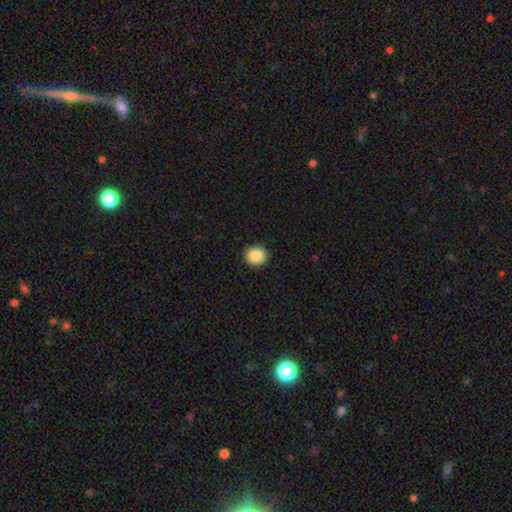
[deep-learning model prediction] A smooth galaxy with no disk features (88%) that is round (92%). Merging: none (93%).